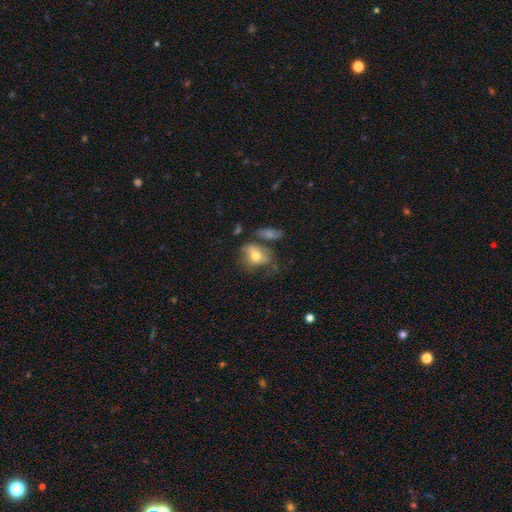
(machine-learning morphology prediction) This is likely a smooth galaxy (69%). How rounded: likely in between (67%). Merging: marginally none (40%).